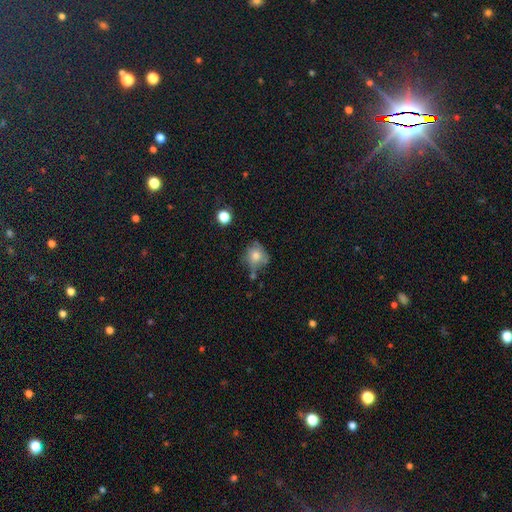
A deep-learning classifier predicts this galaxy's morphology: This appears to be a smooth galaxy with no disk features (64%) that is round (78%). Merging: none (53%).